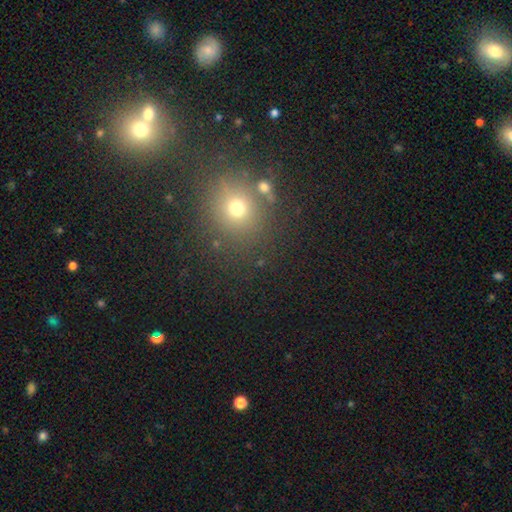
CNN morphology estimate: smooth-or-featured: smooth: 50% | star or artifact: 42% | featured or disk: 8%
  how-rounded: round: 85% | in between: 13% | cigar-shaped: 1%
  merging: none: 81% | merger: 8% | minor disturbance: 8% | major disturbance: 3%